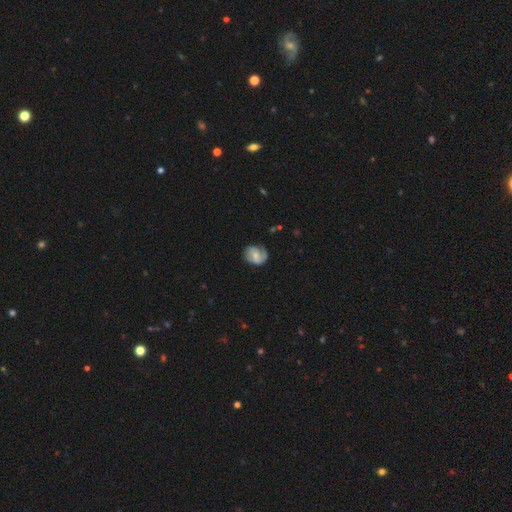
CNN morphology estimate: This appears to be a featured or disk galaxy (53%) with no bar (50%), spiral arms (83%) and a small central bulge (49%). Merging: none (65%).